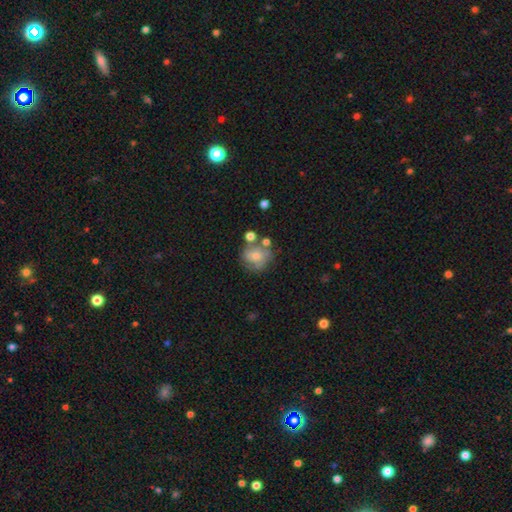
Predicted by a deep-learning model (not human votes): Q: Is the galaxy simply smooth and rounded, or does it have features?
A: smooth — 54%.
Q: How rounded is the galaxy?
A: round — 79%.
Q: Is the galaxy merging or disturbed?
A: none — 59%.